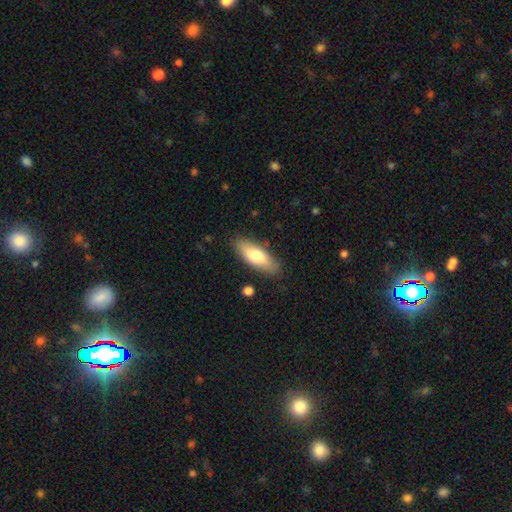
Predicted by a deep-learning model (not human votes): A smooth galaxy with no disk features (75%) that is in between round and cigar-shaped (67%). Merging: none (84%).